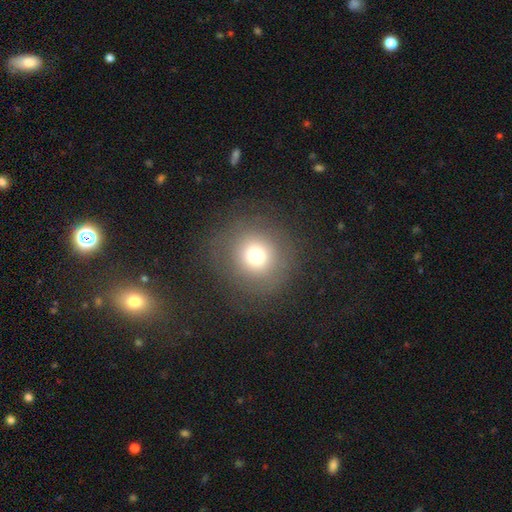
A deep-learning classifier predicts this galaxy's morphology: This appears to be a smooth galaxy with no disk features (69%) that is round (93%). Merging: none (82%).